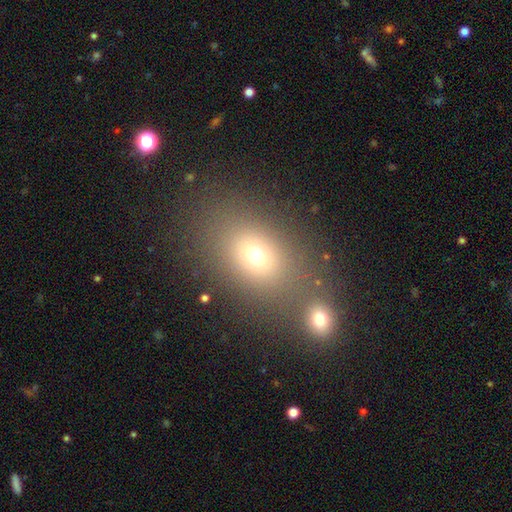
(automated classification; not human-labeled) The model was most divided on "how rounded": in between: 62%, round: 36%, cigar-shaped: 1%. More confident: smooth or featured — smooth (67%); merging — none (63%).